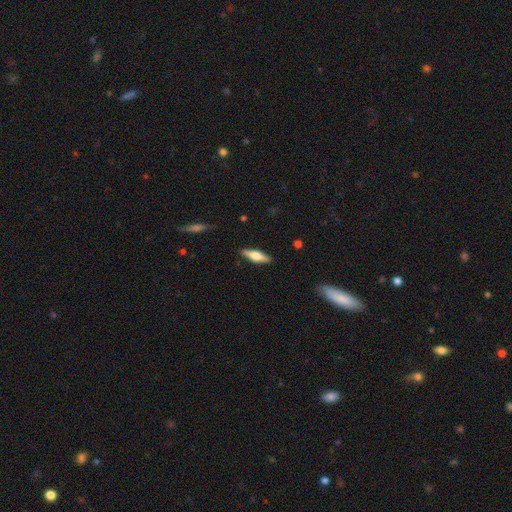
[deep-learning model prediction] Overall: smooth (49%; featured or disk 45%). Merging: none (88%).